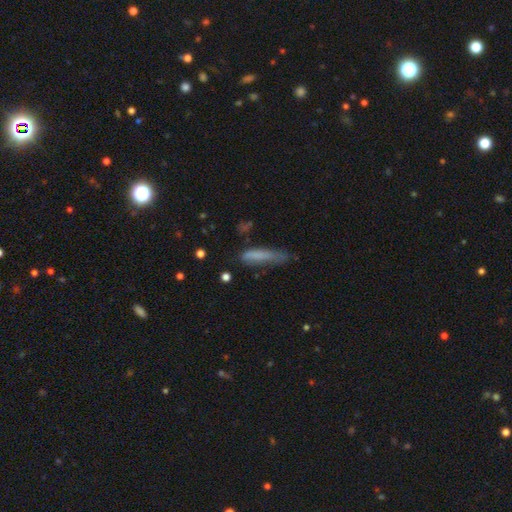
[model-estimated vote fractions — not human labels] smooth 71%, featured or disk 19%, star or artifact 10%. Down the decision tree: how rounded — cigar-shaped (87%); merging — none (52%).